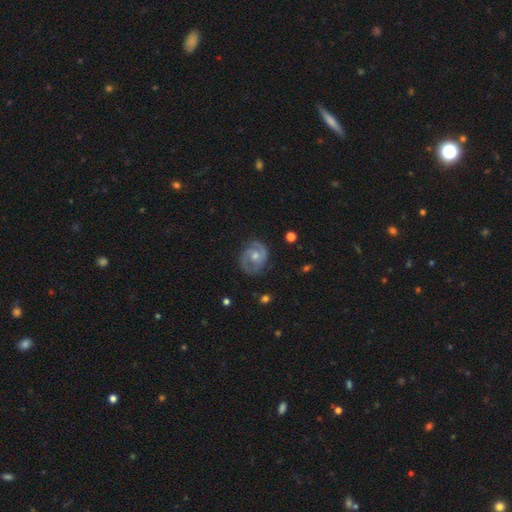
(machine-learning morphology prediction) featured or disk 79%, smooth 15%, star or artifact 6%. Down the decision tree: edge-on disk — no (98%); bar — no (63%); spiral arms — yes (92%); spiral arm count — 2 (81%); spiral winding — medium (46%); bulge size — moderate (59%); merging — none (74%).